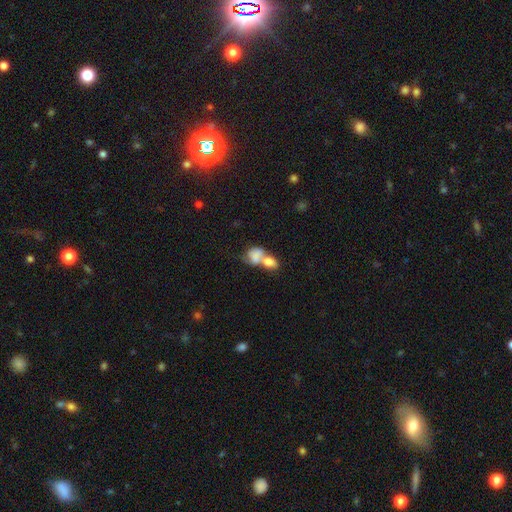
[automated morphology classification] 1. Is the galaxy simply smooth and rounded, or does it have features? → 74% smooth, 18% featured or disk, 8% star or artifact.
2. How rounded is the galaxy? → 73% in between, 25% round, 2% cigar-shaped.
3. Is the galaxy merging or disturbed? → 76% merger, 12% none, 6% minor disturbance, 6% major disturbance.